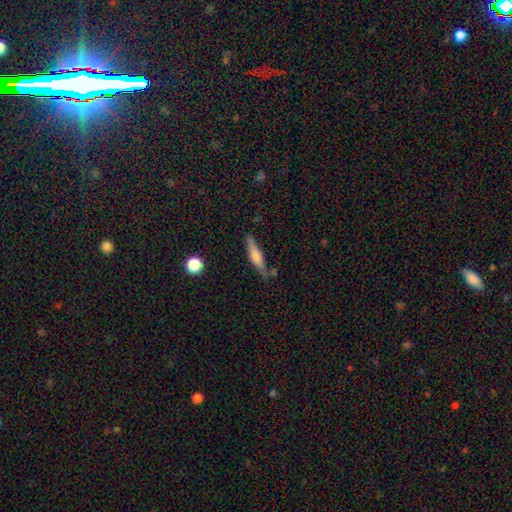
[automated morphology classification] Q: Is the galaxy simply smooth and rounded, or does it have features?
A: smooth — 58%.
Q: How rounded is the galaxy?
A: cigar-shaped — 79%.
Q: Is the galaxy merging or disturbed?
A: none — 67%.